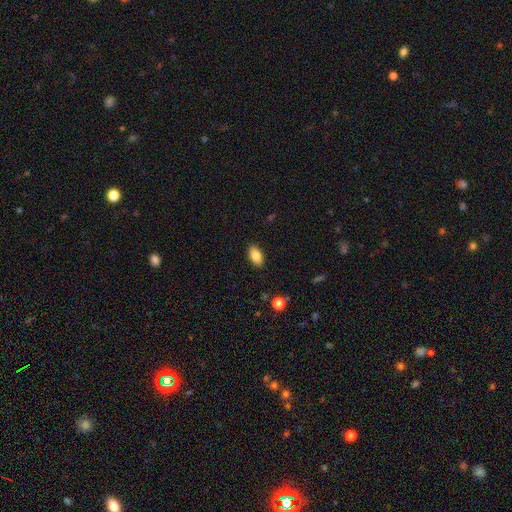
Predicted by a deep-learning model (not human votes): smooth_or_featured: smooth (p=0.84) [alt: featured or disk p=0.08]
how_rounded: in between (p=0.92) [alt: round p=0.05]
merging: none (p=0.88) [alt: minor disturbance p=0.09]